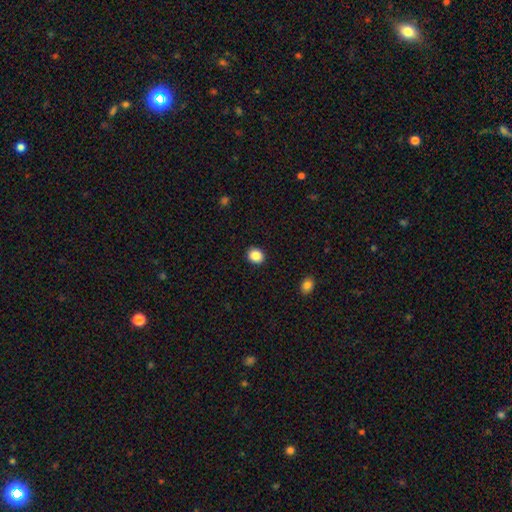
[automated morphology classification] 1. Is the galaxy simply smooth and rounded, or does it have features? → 87% smooth, 9% star or artifact, 4% featured or disk.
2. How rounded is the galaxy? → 71% round, 28% in between, 1% cigar-shaped.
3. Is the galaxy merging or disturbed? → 92% none, 6% minor disturbance, 2% major disturbance, 1% merger.